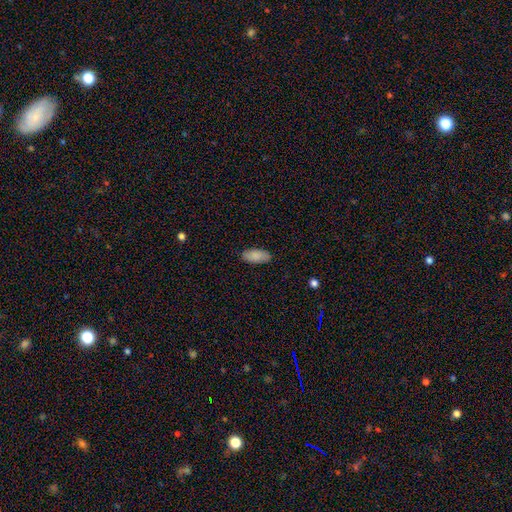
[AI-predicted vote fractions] A smooth galaxy with no disk features (88%) that is in between round and cigar-shaped (89%).

Vote fractions:
- Smooth or featured? smooth: 88% / featured or disk: 6% / star or artifact: 6%
- How rounded? in between: 89% / cigar-shaped: 10% / round: 2%
- Merging? none: 87% / minor disturbance: 10% / major disturbance: 2% / merger: 1%